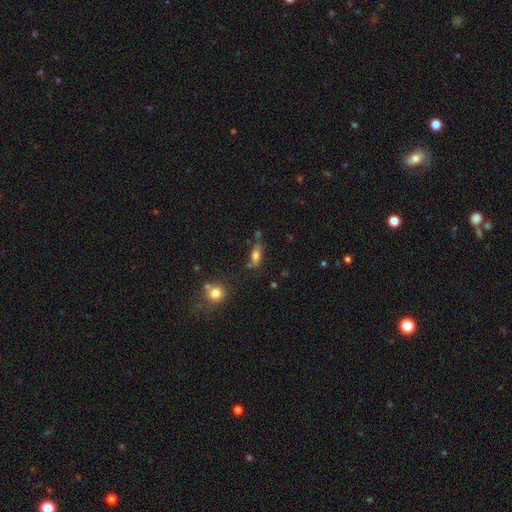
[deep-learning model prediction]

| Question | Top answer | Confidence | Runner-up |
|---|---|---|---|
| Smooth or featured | smooth | 76% | featured or disk (13%) |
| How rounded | in between | 78% | cigar-shaped (17%) |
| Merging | none | 58% | minor disturbance (21%) |